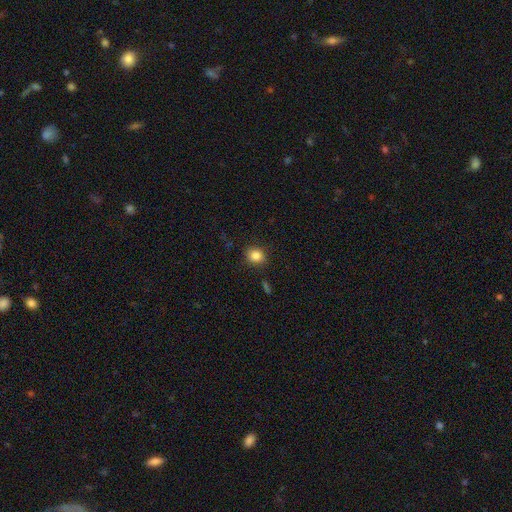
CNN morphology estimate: Smooth or featured: smooth — 85% (star or artifact — 10%)
How rounded: round — 73% (in between — 26%)
Merging: none — 87% (minor disturbance — 9%)